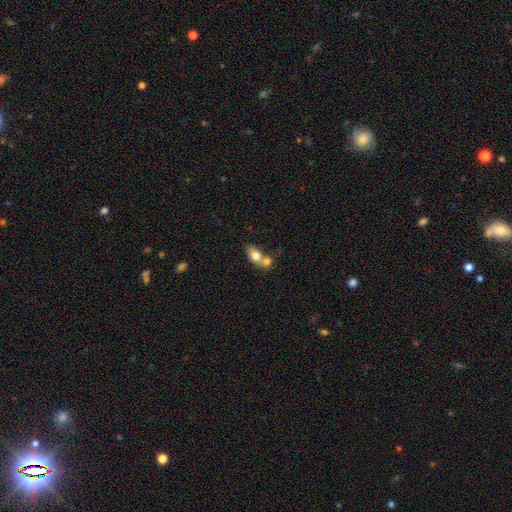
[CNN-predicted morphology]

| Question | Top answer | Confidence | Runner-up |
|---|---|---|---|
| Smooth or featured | smooth | 75% | featured or disk (18%) |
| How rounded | in between | 76% | round (20%) |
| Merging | merger | 63% | none (25%) |